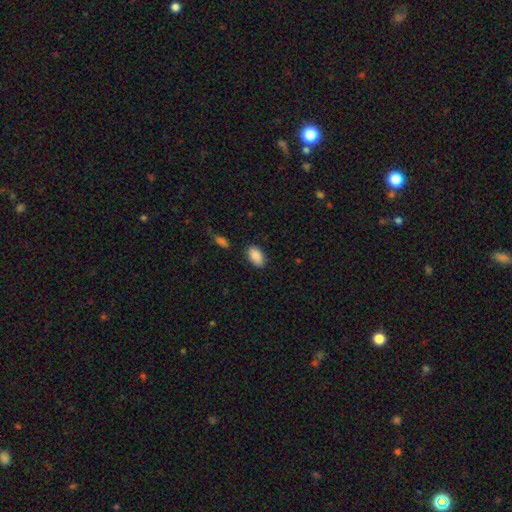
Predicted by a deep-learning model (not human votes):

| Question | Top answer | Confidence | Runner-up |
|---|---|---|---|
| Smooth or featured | smooth | 89% | star or artifact (7%) |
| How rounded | in between | 94% | round (5%) |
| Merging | none | 85% | minor disturbance (11%) |